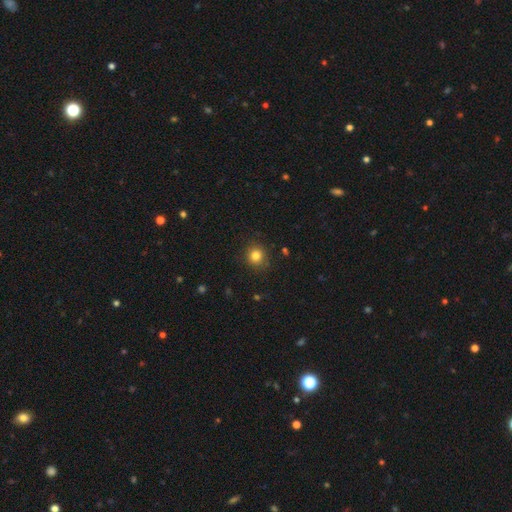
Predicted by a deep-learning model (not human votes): Overall: smooth (82%). How rounded: round (90%). Merging: none (88%).